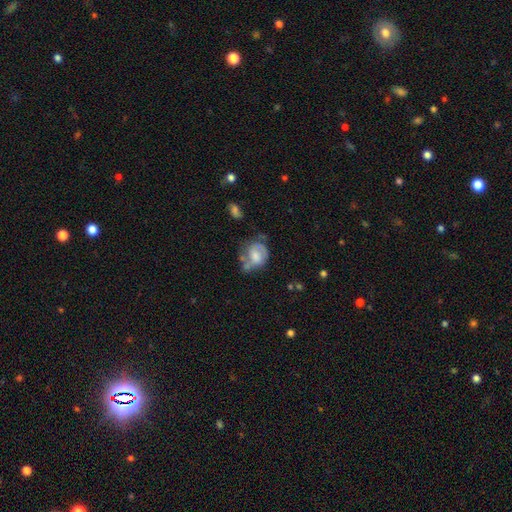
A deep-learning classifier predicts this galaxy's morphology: A featured or disk galaxy (51%). Merging: none (36%).